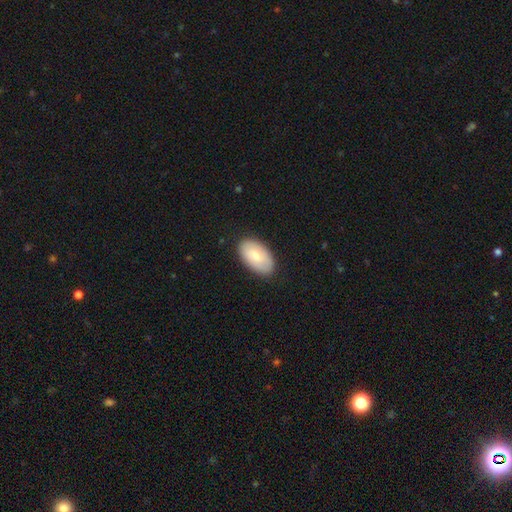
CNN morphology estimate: Smooth or featured? Predicted: smooth (p=0.77). How rounded? Predicted: in between (p=0.95). Merging? Predicted: none (p=0.85).